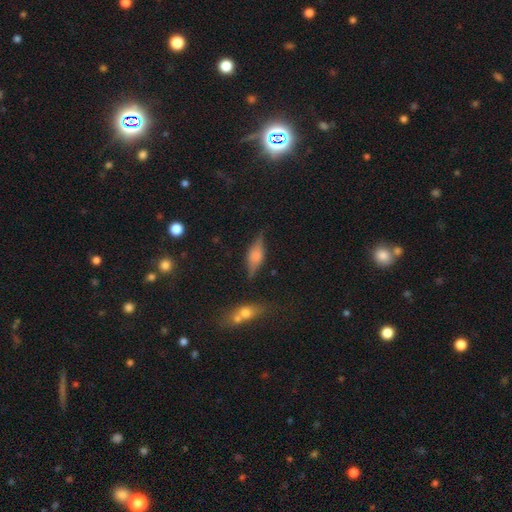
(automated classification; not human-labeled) Smooth or featured? Predicted: featured or disk (p=0.51). Edge-on disk? Predicted: yes (p=0.92). Merging? Predicted: none (p=0.76).